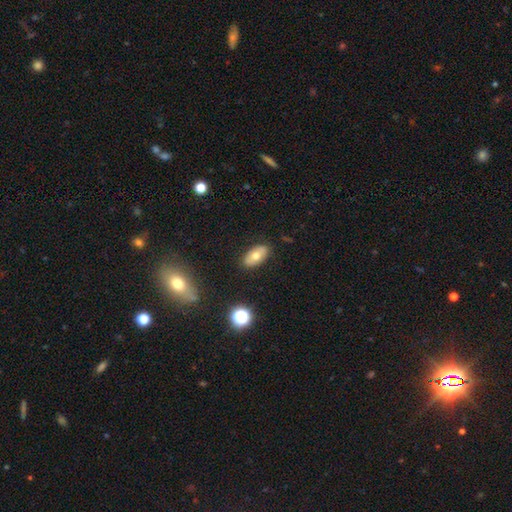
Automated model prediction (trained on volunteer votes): This appears to be a smooth galaxy with no disk features (66%) that is in between round and cigar-shaped (91%). Merging: none (86%).